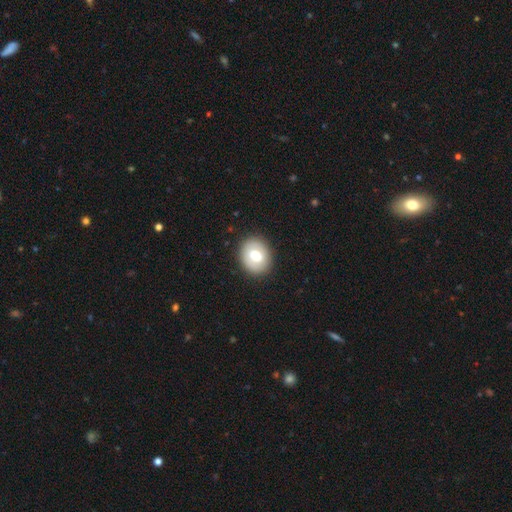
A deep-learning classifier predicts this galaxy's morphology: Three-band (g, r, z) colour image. It shows a smooth galaxy with no disk features (69%) that is round (62%). Merging: none (89%).